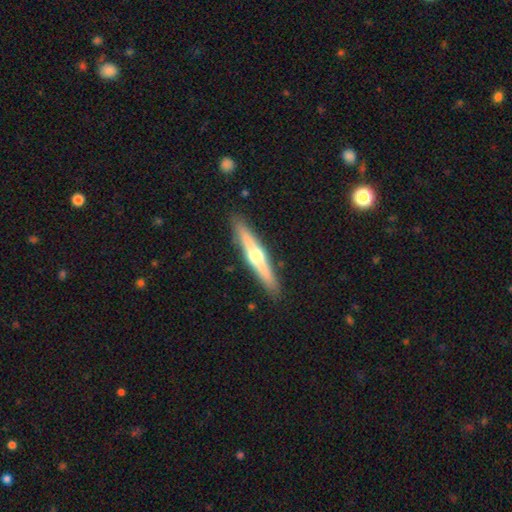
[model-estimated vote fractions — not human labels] A featured or disk galaxy (67%) viewed edge-on (97%) with a rounded central bulge (93%). Merging: none (91%).